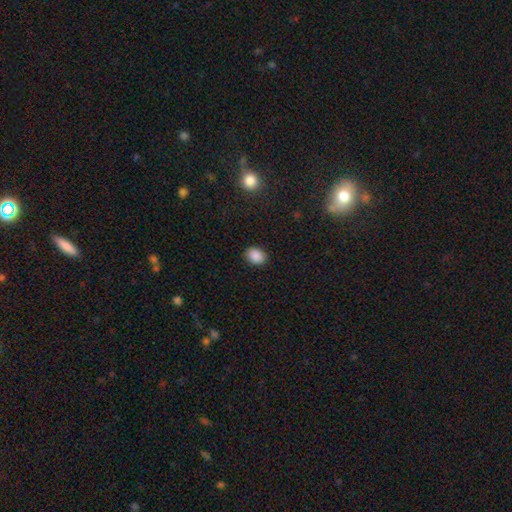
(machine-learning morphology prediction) This is clearly a smooth galaxy (88%). How rounded: likely in between (66%). Merging: clearly none (88%).